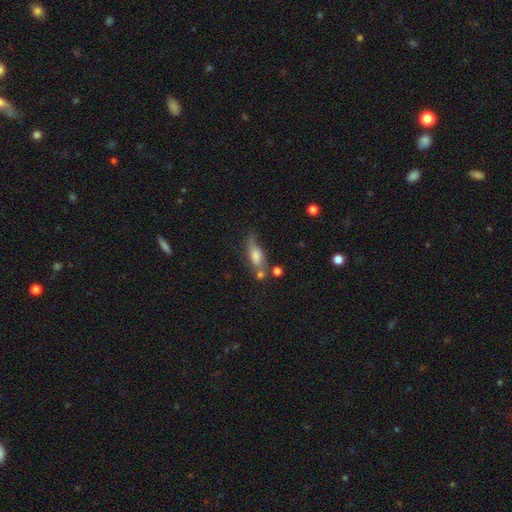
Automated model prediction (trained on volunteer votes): Smooth or featured? Predicted: smooth (p=0.64). How rounded? Predicted: in between (p=0.64). Merging? Predicted: none (p=0.48).